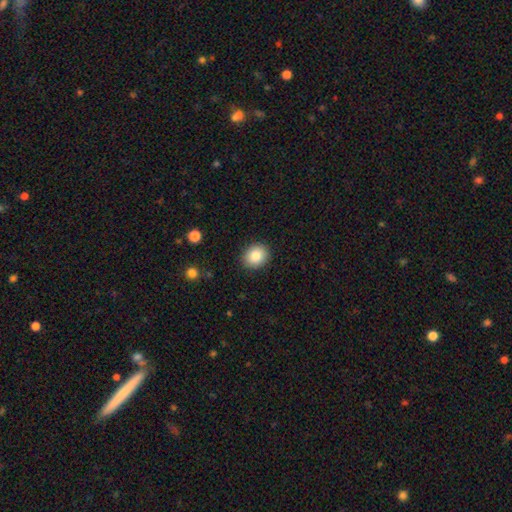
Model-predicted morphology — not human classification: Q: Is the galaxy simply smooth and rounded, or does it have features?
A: smooth — 84%.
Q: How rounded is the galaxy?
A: round — 69%.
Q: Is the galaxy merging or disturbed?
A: none — 90%.